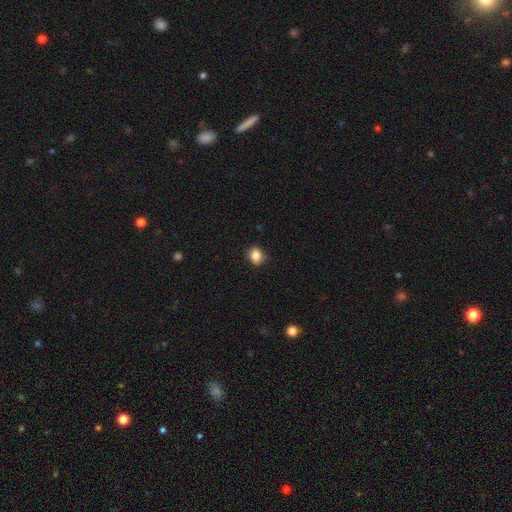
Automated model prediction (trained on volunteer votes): The model was most divided on "how rounded": round: 60%, in between: 39%, cigar-shaped: 1%. More confident: smooth or featured — smooth (85%); merging — none (84%).